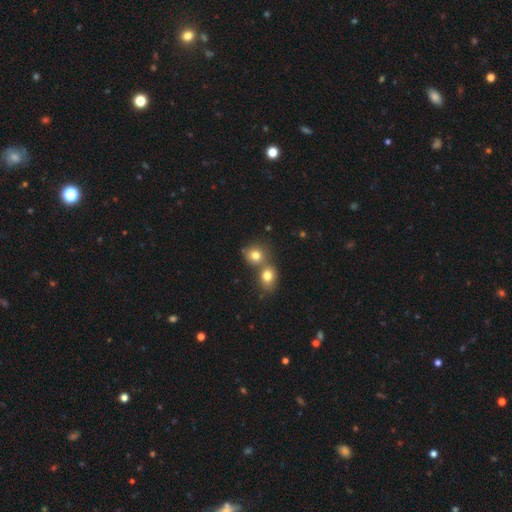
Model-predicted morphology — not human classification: type=smooth (78%); roundness=round (75%); merging=merger (49%).